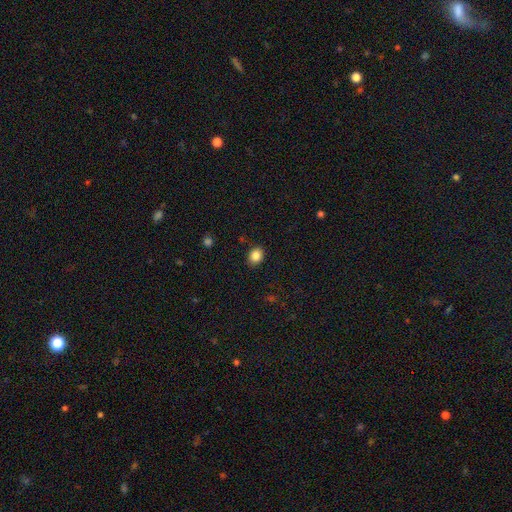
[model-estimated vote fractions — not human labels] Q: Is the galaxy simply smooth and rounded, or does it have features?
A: smooth — 86%.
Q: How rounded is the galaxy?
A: in between — 50%.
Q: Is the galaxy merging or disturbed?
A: none — 88%.